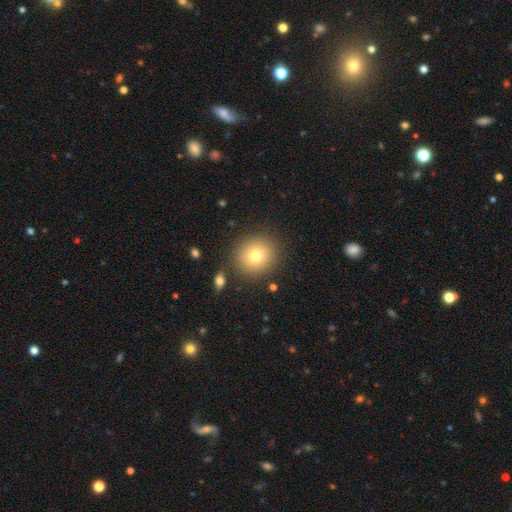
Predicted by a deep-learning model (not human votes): smooth 76%, star or artifact 12%, featured or disk 12%. Down the decision tree: how rounded — round (88%); merging — none (87%).